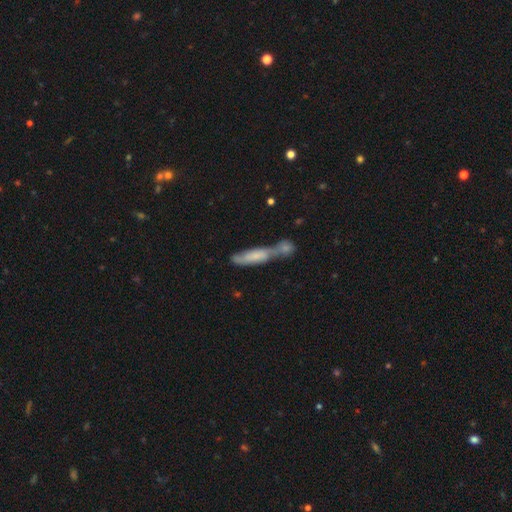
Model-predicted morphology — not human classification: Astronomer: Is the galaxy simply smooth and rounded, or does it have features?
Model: smooth — 58% (runner-up: featured or disk, 34%).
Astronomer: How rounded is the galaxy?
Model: cigar-shaped — 70%.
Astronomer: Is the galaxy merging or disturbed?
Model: merger — 61%.